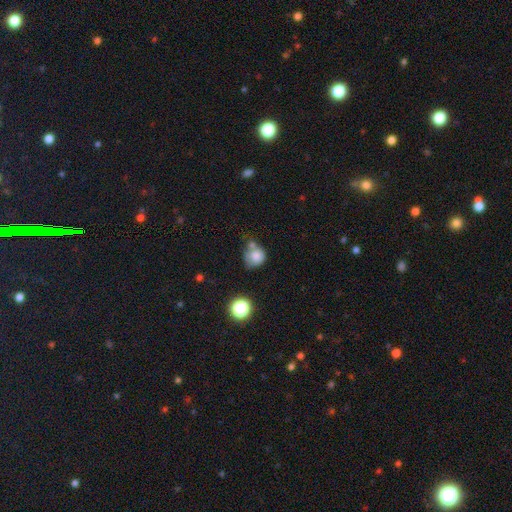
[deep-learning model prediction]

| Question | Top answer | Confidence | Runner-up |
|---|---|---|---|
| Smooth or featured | smooth | 78% | star or artifact (11%) |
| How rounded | round | 80% | in between (19%) |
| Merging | none | 45% | merger (25%) |